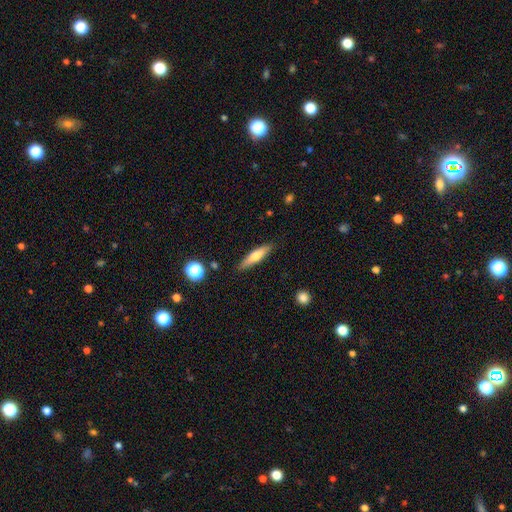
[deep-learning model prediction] smooth-or-featured: smooth: 56% | featured or disk: 37% | star or artifact: 6%
  how-rounded: cigar-shaped: 78% | in between: 20% | round: 2%
  merging: none: 87% | minor disturbance: 9% | major disturbance: 2% | merger: 2%